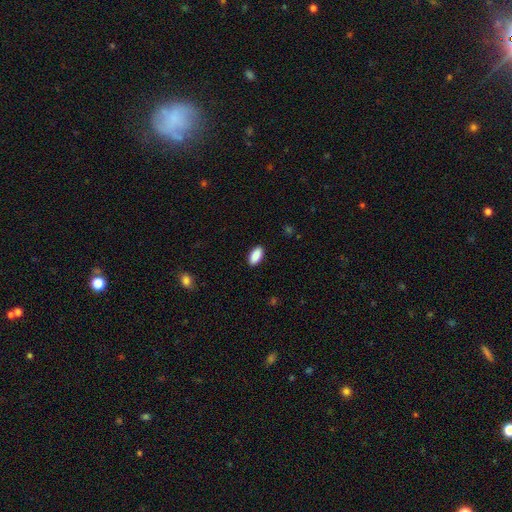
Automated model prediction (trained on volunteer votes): Smooth or featured? Predicted: smooth (p=0.89). How rounded? Predicted: in between (p=0.92). Merging? Predicted: none (p=0.89).